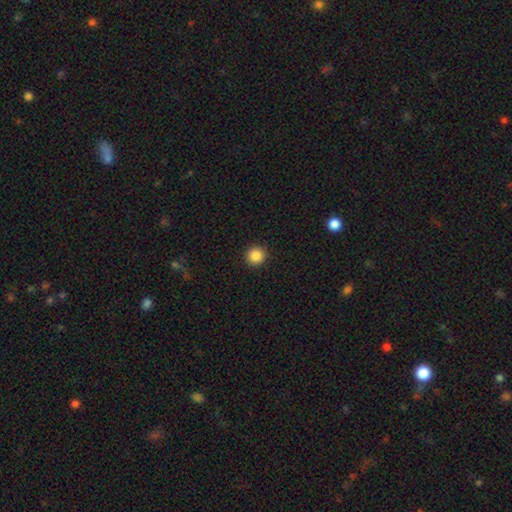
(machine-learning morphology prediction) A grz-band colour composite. It shows a smooth galaxy with no disk features (87%) that is round (95%). Merging: none (93%).